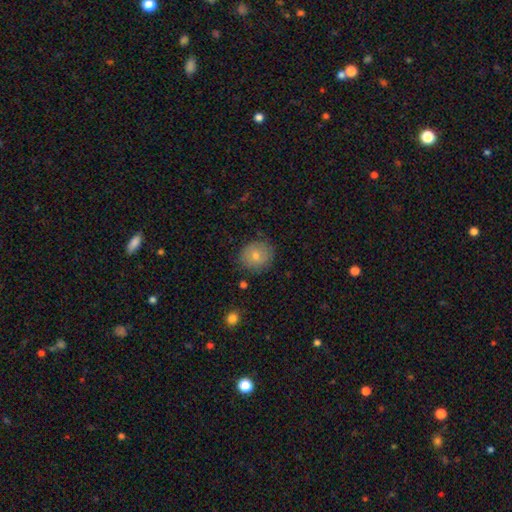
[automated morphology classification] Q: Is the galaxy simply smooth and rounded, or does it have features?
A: smooth — 66%.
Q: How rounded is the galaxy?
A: round — 82%.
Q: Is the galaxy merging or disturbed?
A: none — 83%.